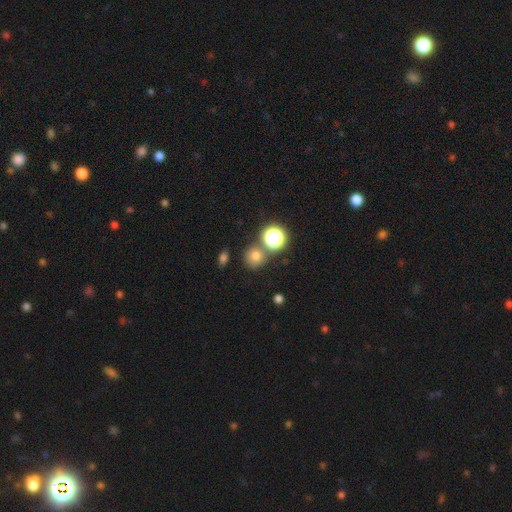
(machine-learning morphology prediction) type=smooth (72%); roundness=round (88%); merging=none (72%).